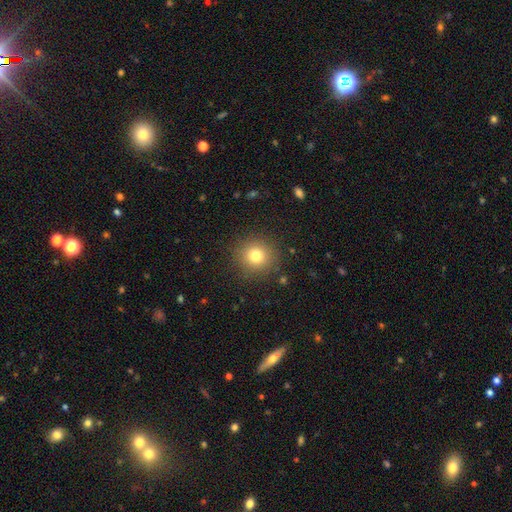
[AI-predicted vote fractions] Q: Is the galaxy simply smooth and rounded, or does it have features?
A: smooth — 78%.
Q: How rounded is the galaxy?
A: round — 92%.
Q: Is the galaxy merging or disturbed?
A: none — 88%.